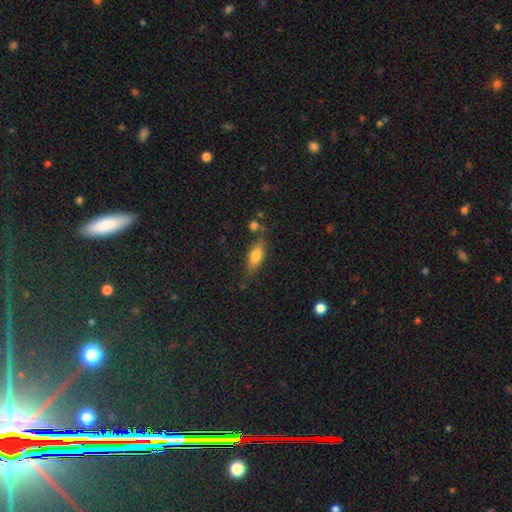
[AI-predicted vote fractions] smooth-or-featured: smooth: 74% | featured or disk: 18% | star or artifact: 8%
  how-rounded: in between: 74% | cigar-shaped: 22% | round: 4%
  merging: none: 75% | minor disturbance: 16% | merger: 5% | major disturbance: 4%